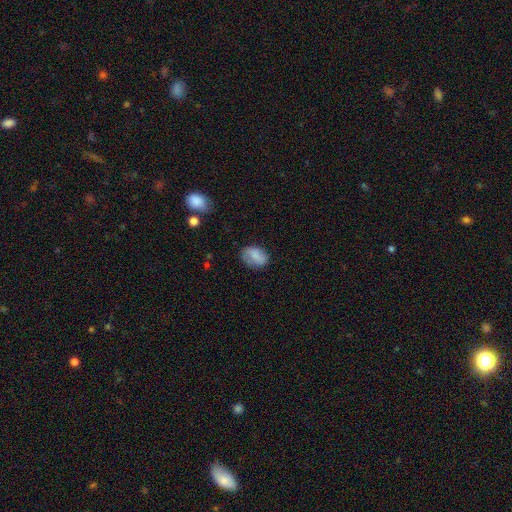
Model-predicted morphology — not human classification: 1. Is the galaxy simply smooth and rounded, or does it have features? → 77% smooth, 14% featured or disk, 8% star or artifact.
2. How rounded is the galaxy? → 80% in between, 18% round, 2% cigar-shaped.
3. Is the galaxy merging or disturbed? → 72% none, 20% minor disturbance, 6% major disturbance, 2% merger.